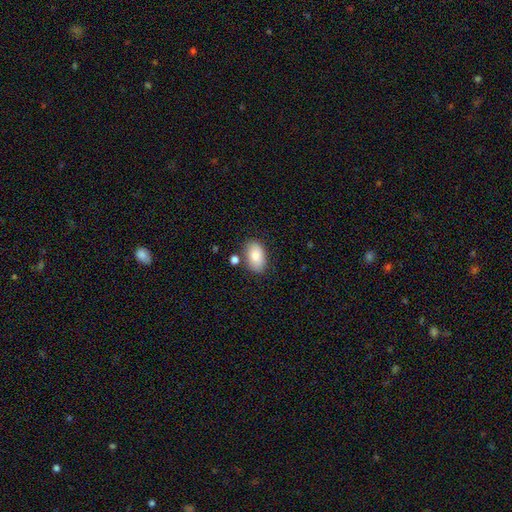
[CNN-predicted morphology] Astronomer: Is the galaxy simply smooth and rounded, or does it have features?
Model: smooth — 85%.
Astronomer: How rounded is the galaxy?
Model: in between — 92%.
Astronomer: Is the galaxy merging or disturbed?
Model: none — 76%.